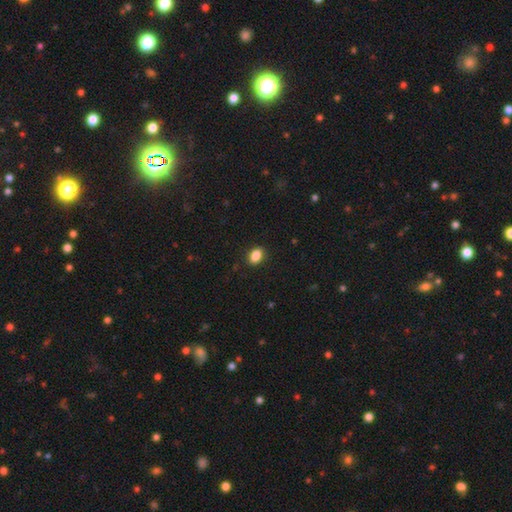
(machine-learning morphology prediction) smooth 87%, star or artifact 9%, featured or disk 4%. Down the decision tree: how rounded — in between (83%); merging — none (88%).